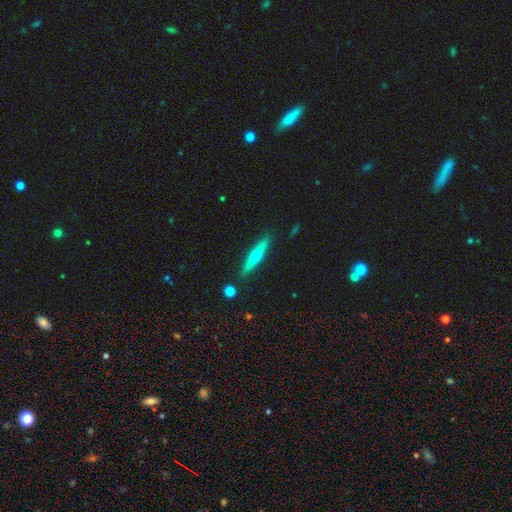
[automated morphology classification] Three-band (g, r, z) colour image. It shows a featured or disk galaxy (66%) viewed edge-on (97%) with a rounded central bulge (93%). Merging: none (89%).